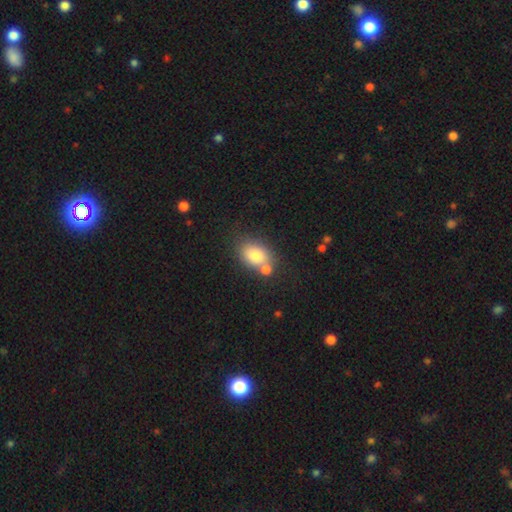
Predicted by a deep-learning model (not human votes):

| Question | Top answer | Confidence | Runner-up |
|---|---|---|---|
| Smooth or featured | smooth | 78% | featured or disk (13%) |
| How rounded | in between | 76% | round (22%) |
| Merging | none | 53% | merger (30%) |